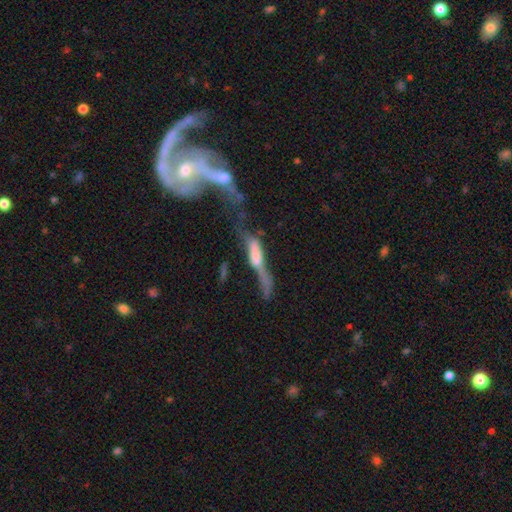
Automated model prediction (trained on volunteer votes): Smooth or featured? Predicted: featured or disk (p=0.48). Merging? Predicted: major disturbance (p=0.39).